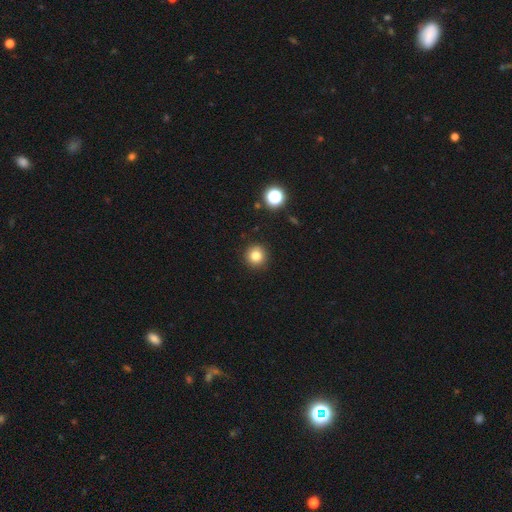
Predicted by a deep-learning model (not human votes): Smooth or featured?
  - smooth: 81% *
  - star or artifact: 13%
  - featured or disk: 6%
How rounded?
  - round: 95% *
  - in between: 5%
  - cigar-shaped: 1%
Merging?
  - none: 91% *
  - minor disturbance: 5%
  - major disturbance: 2%
  - merger: 1%